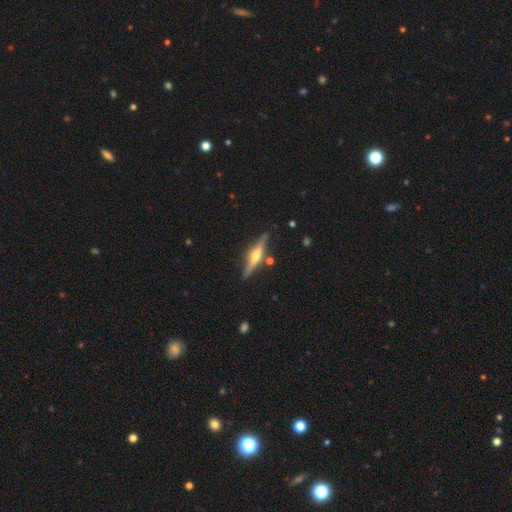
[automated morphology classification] featured or disk 76%, smooth 18%, star or artifact 6%. Down the decision tree: edge-on disk — yes (97%); edge-on bulge — rounded (92%); merging — none (85%).